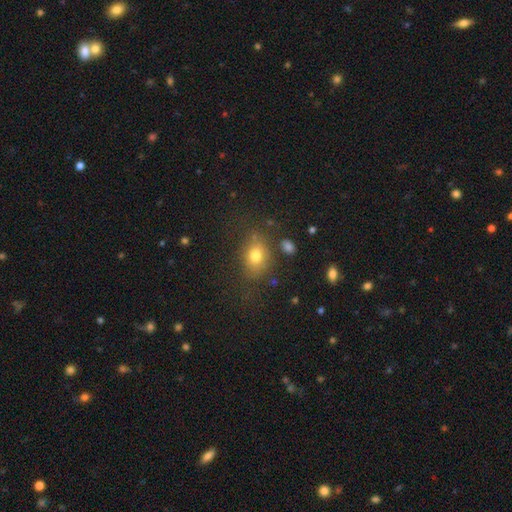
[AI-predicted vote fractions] The model was most divided on "how rounded": in between: 59%, round: 40%, cigar-shaped: 1%. More confident: smooth or featured — smooth (75%); merging — none (73%).